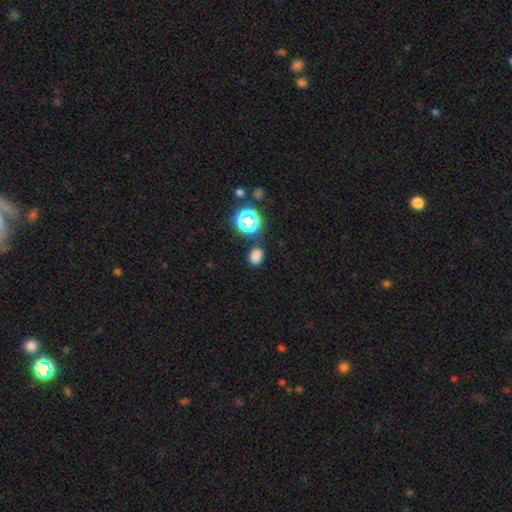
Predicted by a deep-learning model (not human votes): Q: Smooth or featured?
A: smooth (73%); runner-up: star or artifact (22%)
Q: How rounded?
A: round (50%); runner-up: in between (49%)
Q: Merging?
A: none (75%); runner-up: minor disturbance (15%)